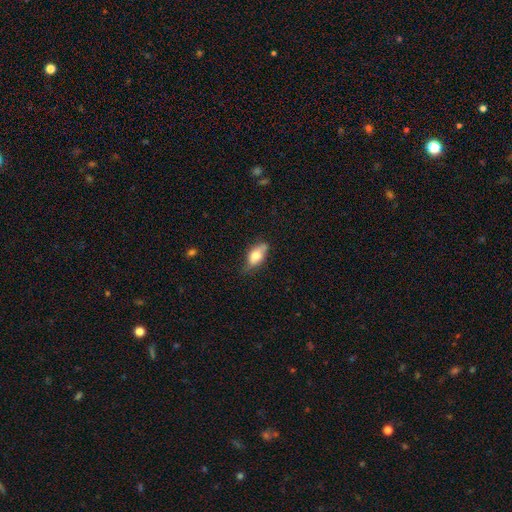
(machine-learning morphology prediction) Smooth or featured: smooth — 73% (featured or disk — 20%)
How rounded: in between — 86% (cigar-shaped — 9%)
Merging: none — 57% (minor disturbance — 32%)